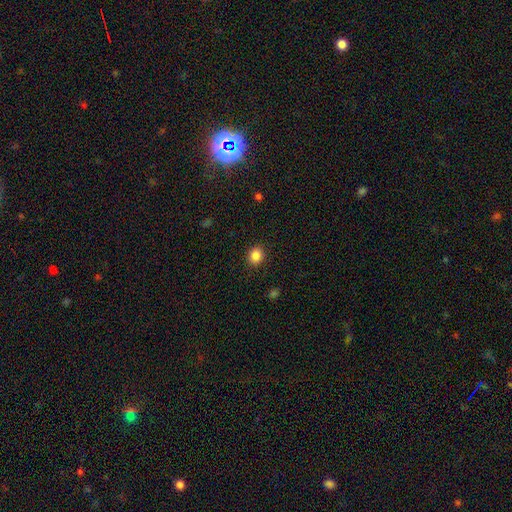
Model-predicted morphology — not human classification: Smooth or featured? Predicted: smooth (p=0.86). How rounded? Predicted: round (p=0.61). Merging? Predicted: none (p=0.90).